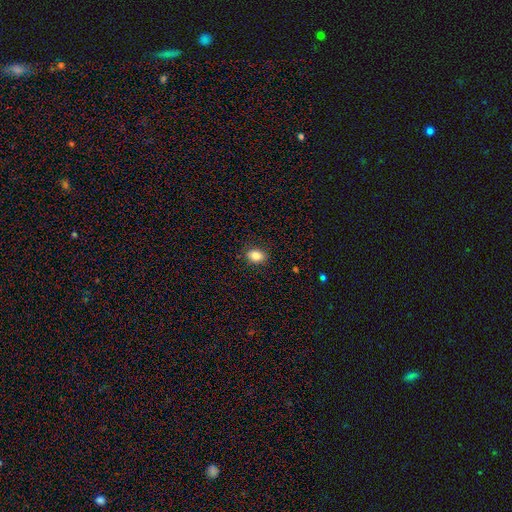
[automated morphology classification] type=smooth (84%); roundness=in between (70%); merging=none (87%).